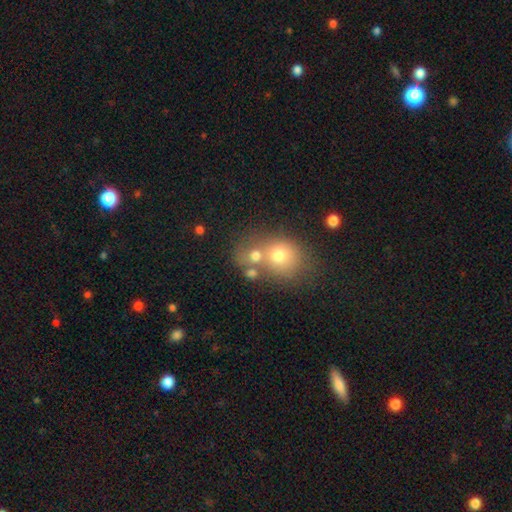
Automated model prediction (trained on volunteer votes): Overall: smooth (68%). How rounded: round (70%). Merging: merger (51%; none 36%).